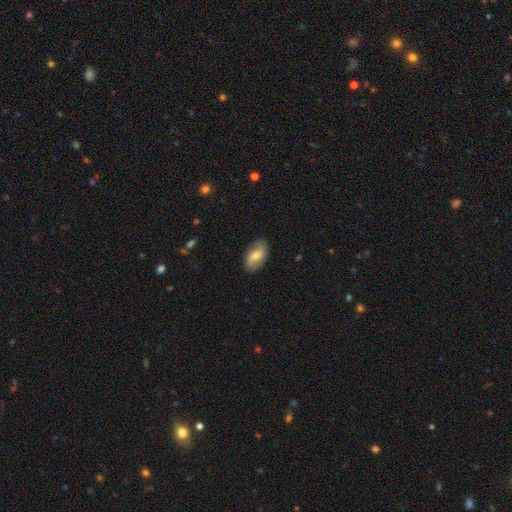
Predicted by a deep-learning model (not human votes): A smooth galaxy with no disk features (55%) that is in between round and cigar-shaped (92%). Merging: none (85%).